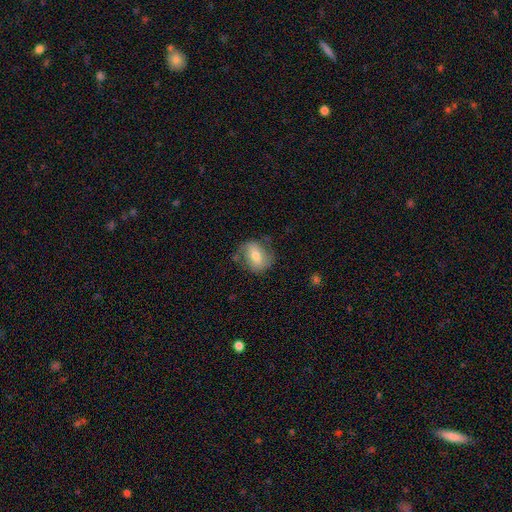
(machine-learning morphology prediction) Smooth or featured? featured or disk (47%)
Merging? none (61%)